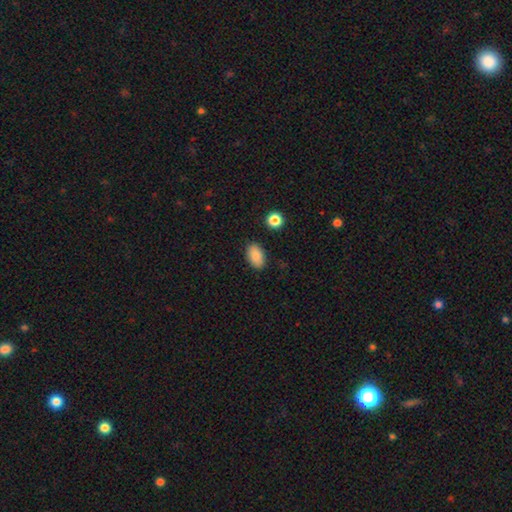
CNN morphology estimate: smooth_or_featured: smooth (p=0.85) [alt: star or artifact p=0.08]
how_rounded: in between (p=0.91) [alt: round p=0.07]
merging: none (p=0.87) [alt: minor disturbance p=0.09]